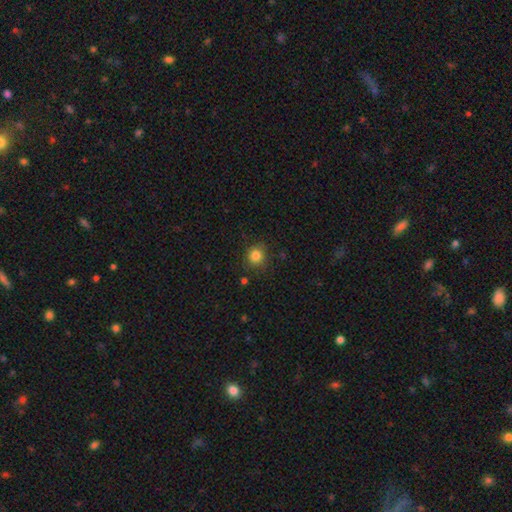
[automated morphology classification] Smooth or featured: smooth — 83% (star or artifact — 12%)
How rounded: round — 87% (in between — 12%)
Merging: none — 86% (minor disturbance — 10%)